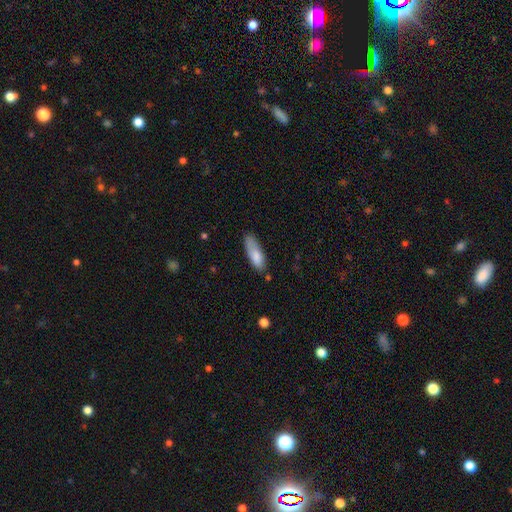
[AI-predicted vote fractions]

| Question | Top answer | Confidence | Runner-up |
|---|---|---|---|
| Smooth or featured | smooth | 82% | featured or disk (12%) |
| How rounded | in between | 57% | cigar-shaped (41%) |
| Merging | none | 62% | minor disturbance (27%) |